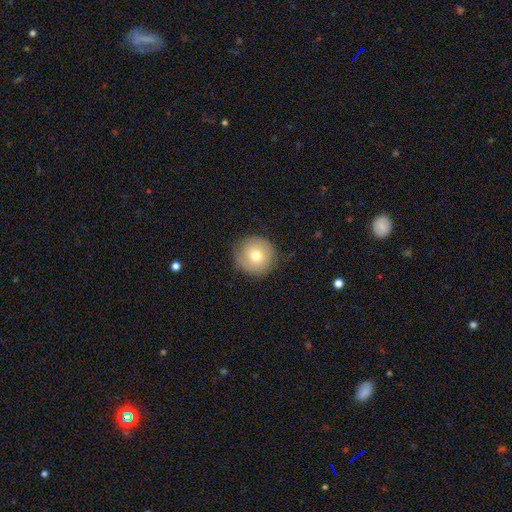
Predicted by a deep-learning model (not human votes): This appears to be a smooth galaxy with no disk features (73%) that is round (95%). Merging: none (86%).